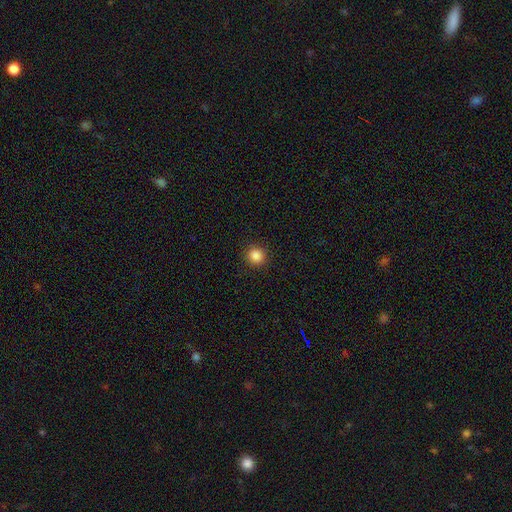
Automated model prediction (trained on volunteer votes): smooth-or-featured: smooth: 86% | star or artifact: 11% | featured or disk: 3%
  how-rounded: round: 93% | in between: 6% | cigar-shaped: 1%
  merging: none: 91% | minor disturbance: 6% | major disturbance: 2% | merger: 1%